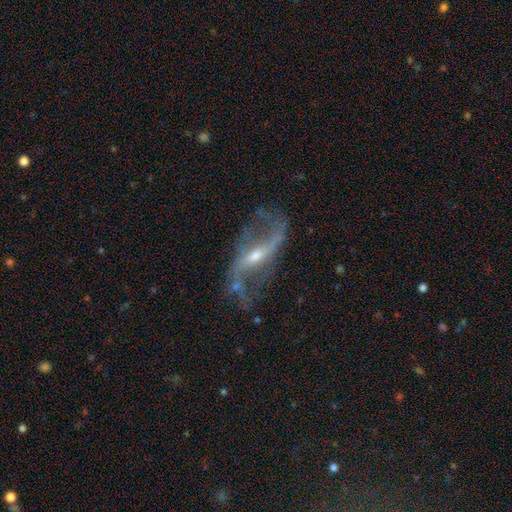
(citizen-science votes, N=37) featured or disk 95%, smooth 3%, star or artifact 3%. Down the decision tree: edge-on disk — no (97%); bar — strong (50%); spiral arms — yes (94%); spiral arm count — 2 (97%); spiral winding — loose (94%); bulge size — moderate (50%, tied with small); merging — none (72%).